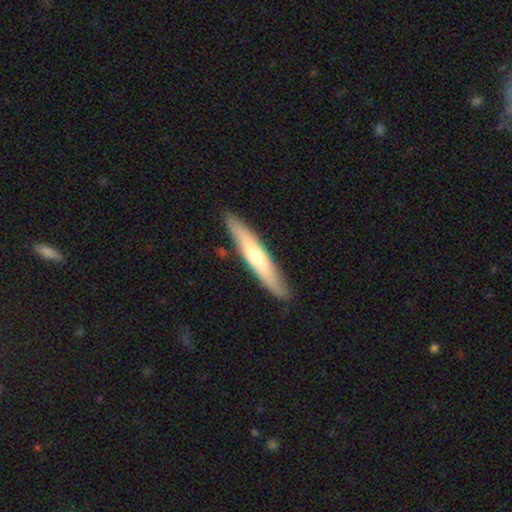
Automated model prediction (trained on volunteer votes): smooth_or_featured: featured or disk (p=0.49) [alt: smooth p=0.45]
merging: none (p=0.88) [alt: minor disturbance p=0.09]